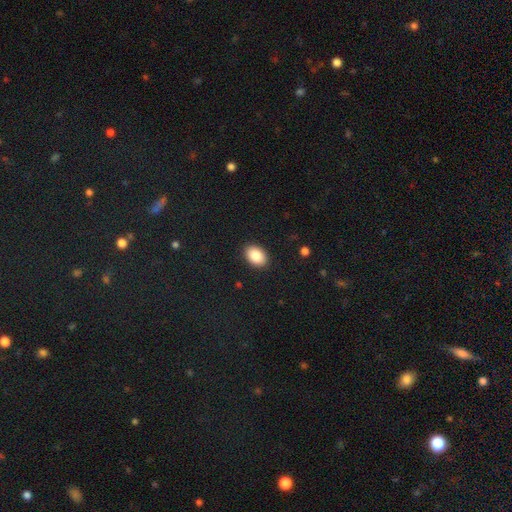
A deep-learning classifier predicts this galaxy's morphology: Smooth or featured? smooth (87%)
How rounded? in between (84%)
Merging? none (90%)